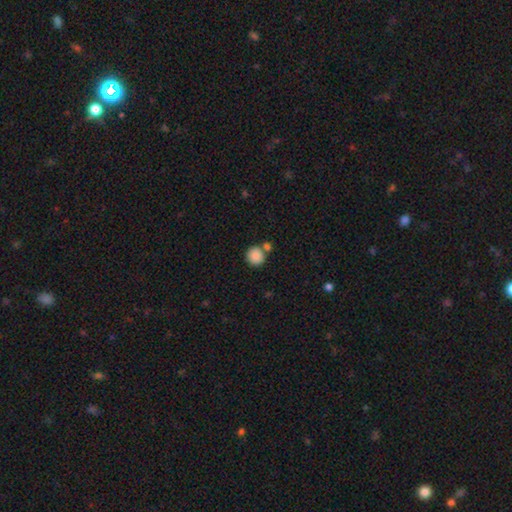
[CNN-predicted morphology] Smooth or featured?
  - smooth: 87% *
  - star or artifact: 9%
  - featured or disk: 4%
How rounded?
  - round: 92% *
  - in between: 7%
  - cigar-shaped: 1%
Merging?
  - none: 65% *
  - merger: 24%
  - minor disturbance: 9%
  - major disturbance: 3%